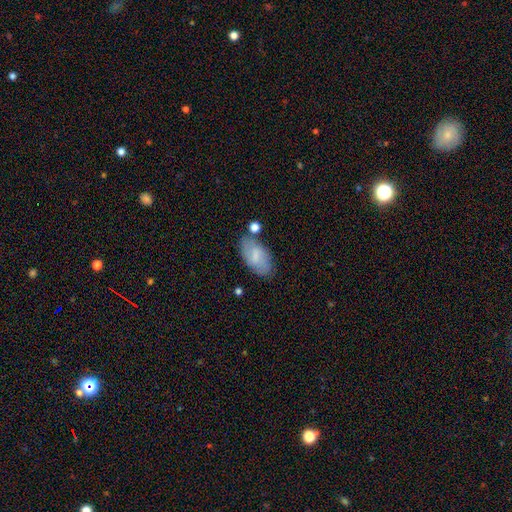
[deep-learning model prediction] Smooth or featured? Predicted: smooth (p=0.69). How rounded? Predicted: in between (p=0.93). Merging? Predicted: none (p=0.67).